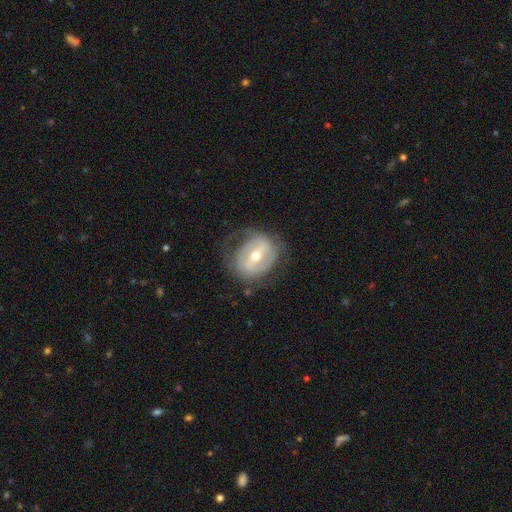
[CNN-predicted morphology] smooth_or_featured: featured or disk (p=0.74) [alt: smooth p=0.20]
disk_edge_on: no (p=0.95) [alt: yes p=0.05]
bar: strong (p=0.49) [alt: weak p=0.37]
has_spiral_arms: yes (p=0.63) [alt: no p=0.37]
bulge_size: moderate (p=0.62) [alt: small p=0.33]
merging: none (p=0.62) [alt: minor disturbance p=0.21]